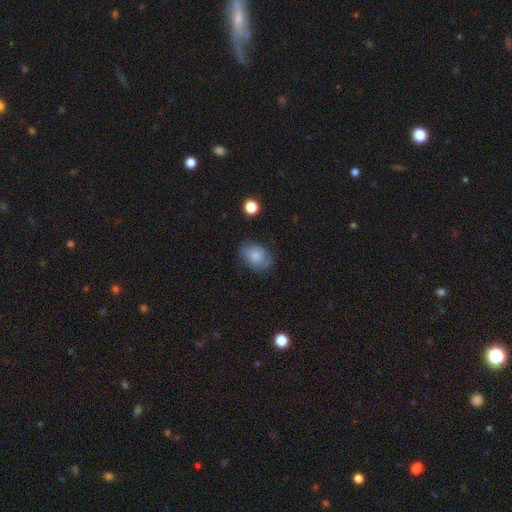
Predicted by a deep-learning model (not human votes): smooth-or-featured: smooth: 70% | featured or disk: 21% | star or artifact: 9%
  how-rounded: in between: 72% | round: 27% | cigar-shaped: 1%
  merging: none: 68% | minor disturbance: 24% | major disturbance: 7% | merger: 2%